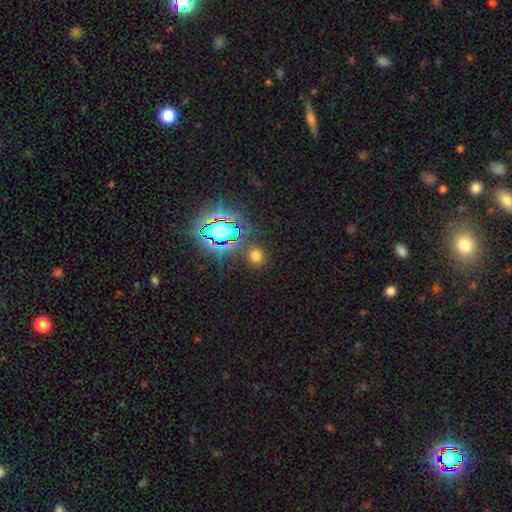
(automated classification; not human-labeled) smooth-or-featured: smooth: 62% | star or artifact: 31% | featured or disk: 7%
  how-rounded: round: 90% | in between: 9% | cigar-shaped: 1%
  merging: none: 85% | minor disturbance: 7% | merger: 4% | major disturbance: 3%